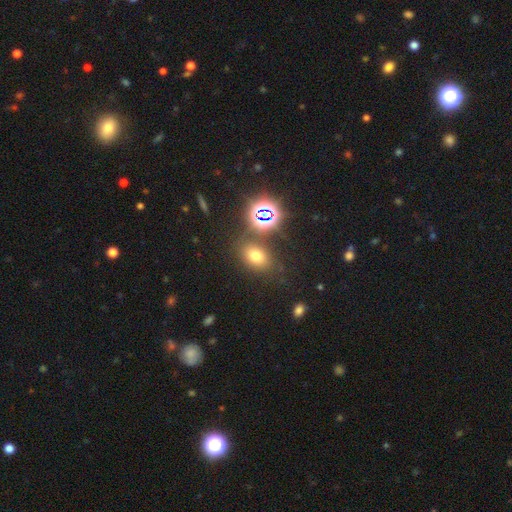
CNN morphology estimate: Q: Smooth or featured?
A: smooth (63%); runner-up: star or artifact (27%)
Q: How rounded?
A: in between (63%); runner-up: round (35%)
Q: Merging?
A: none (77%); runner-up: minor disturbance (11%)